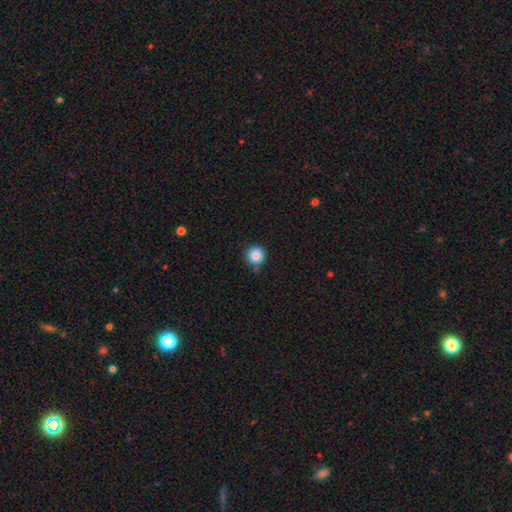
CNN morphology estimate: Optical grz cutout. It shows a smooth galaxy with no disk features (85%) that is round (95%). Merging: none (81%).